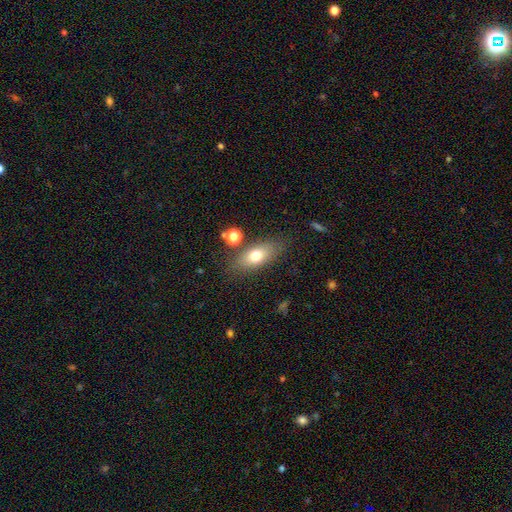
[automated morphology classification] Q: Smooth or featured?
A: smooth (71%); runner-up: featured or disk (20%)
Q: How rounded?
A: in between (76%); runner-up: cigar-shaped (16%)
Q: Merging?
A: none (77%); runner-up: minor disturbance (14%)